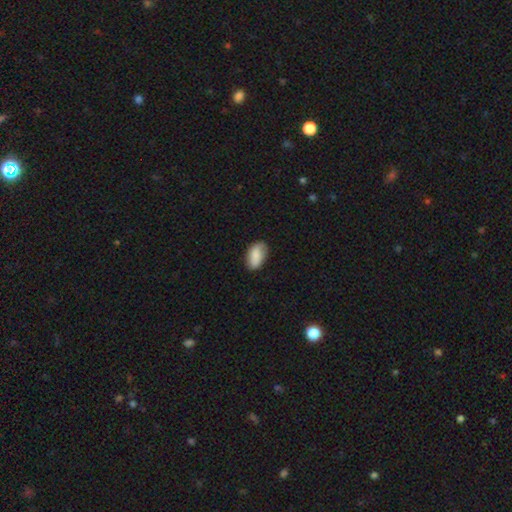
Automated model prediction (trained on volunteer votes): A smooth galaxy with no disk features (80%) that is in between round and cigar-shaped (92%). Merging: none (79%).